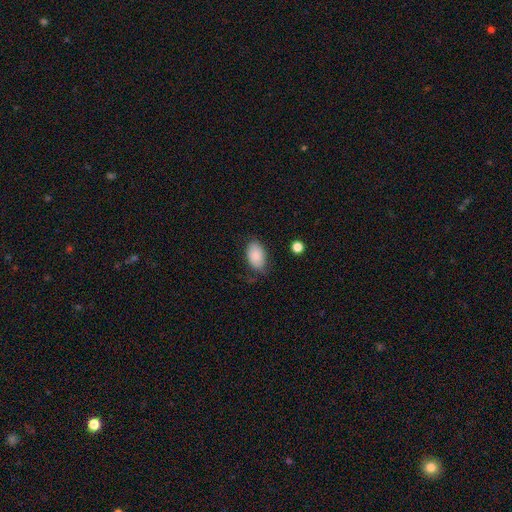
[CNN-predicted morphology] Smooth or featured? smooth (82%)
How rounded? in between (91%)
Merging? none (68%)